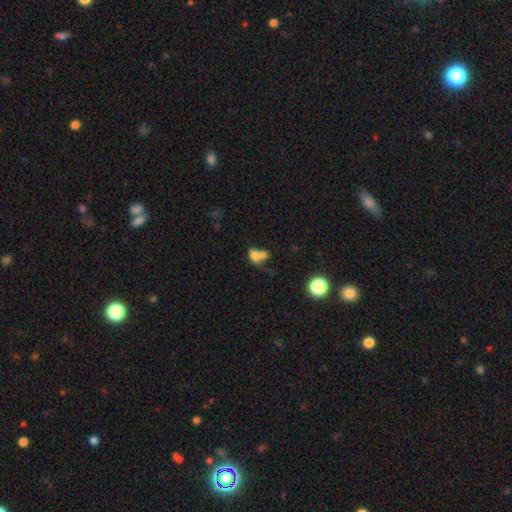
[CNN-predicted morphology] Overall: smooth (73%). How rounded: in between (64%; round 34%). Merging: merger (62%; none 24%).